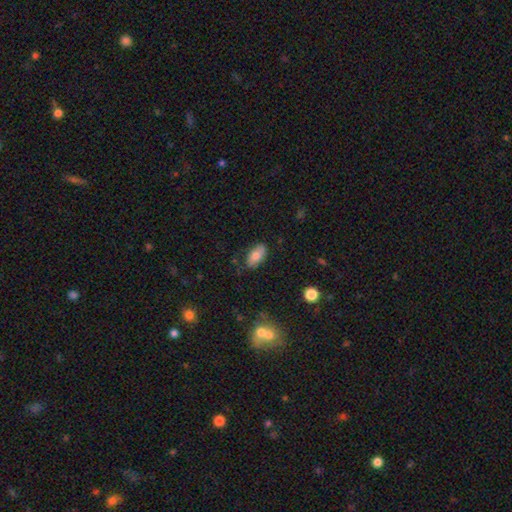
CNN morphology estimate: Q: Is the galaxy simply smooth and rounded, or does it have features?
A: smooth — 74%.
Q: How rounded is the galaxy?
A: in between — 92%.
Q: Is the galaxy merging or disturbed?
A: none — 77%.